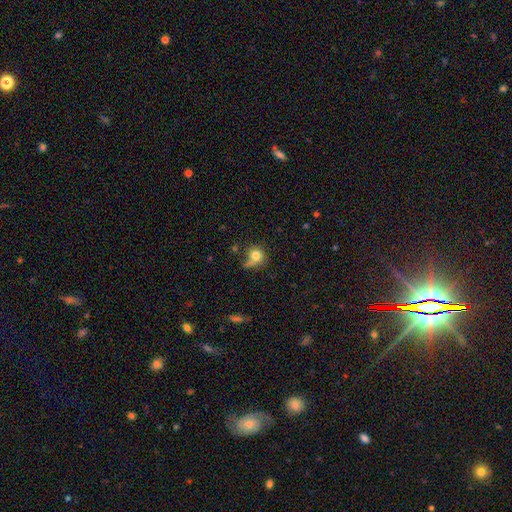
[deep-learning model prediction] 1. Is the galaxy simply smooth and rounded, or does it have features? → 76% smooth, 13% featured or disk, 11% star or artifact.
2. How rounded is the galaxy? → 82% round, 17% in between, 1% cigar-shaped.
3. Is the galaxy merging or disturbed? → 48% none, 24% minor disturbance, 17% major disturbance, 11% merger.